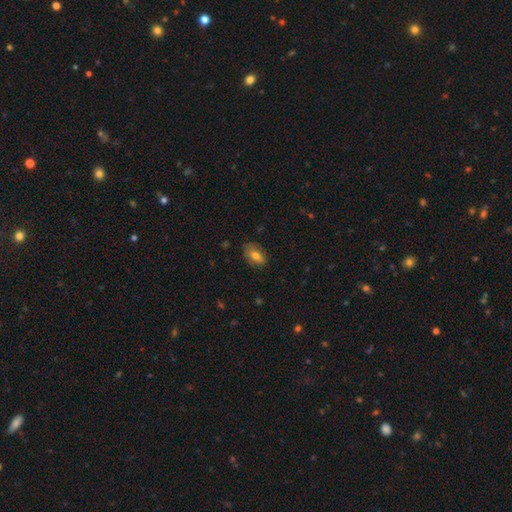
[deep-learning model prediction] Smooth or featured? smooth (75%)
How rounded? in between (88%)
Merging? none (76%)